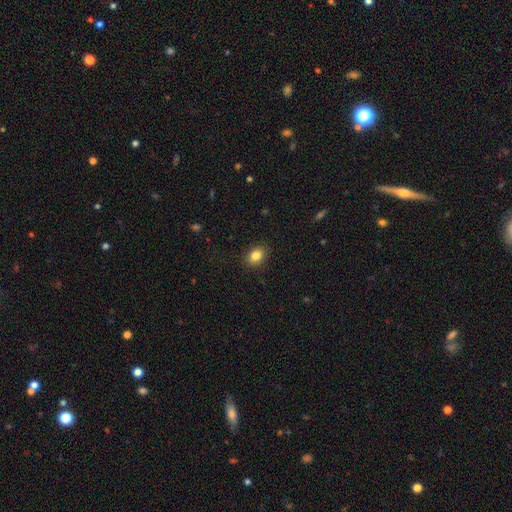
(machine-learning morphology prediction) Smooth or featured? smooth (85%)
How rounded? in between (68%)
Merging? none (88%)